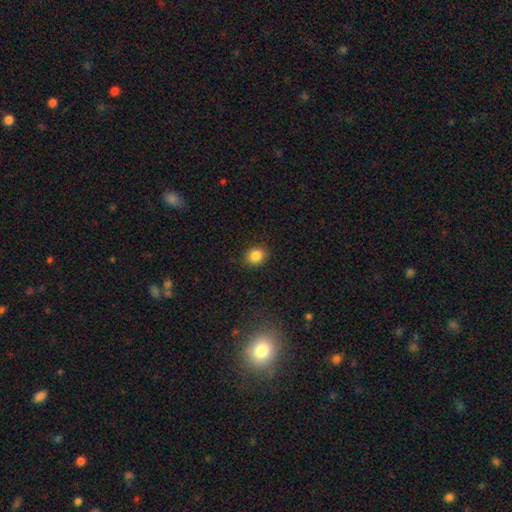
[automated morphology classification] Smooth or featured? smooth (85%)
How rounded? round (74%)
Merging? none (89%)